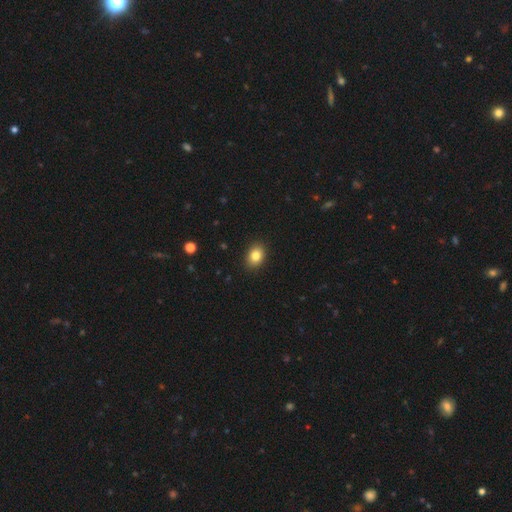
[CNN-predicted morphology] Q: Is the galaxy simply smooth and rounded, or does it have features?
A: smooth — 84%.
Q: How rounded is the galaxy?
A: in between — 64%.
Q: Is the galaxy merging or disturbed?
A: none — 90%.